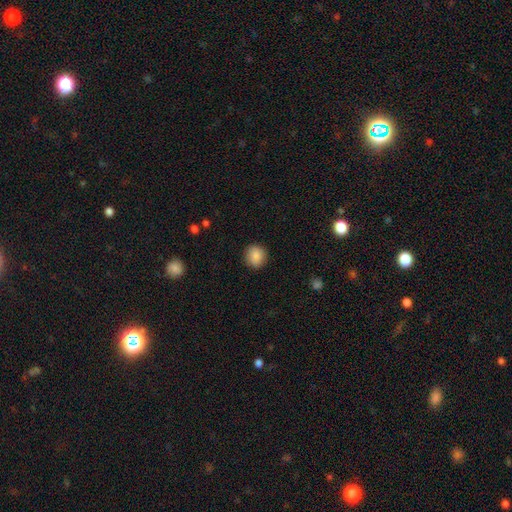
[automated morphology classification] This is clearly a smooth galaxy (87%). How rounded: clearly round (83%). Merging: clearly none (89%).